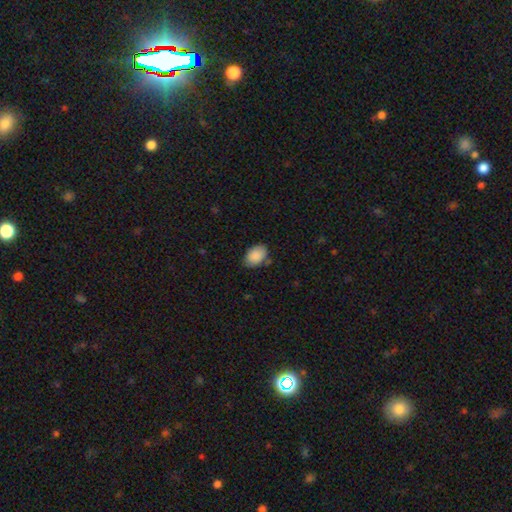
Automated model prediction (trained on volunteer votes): Smooth or featured: smooth — 89% (star or artifact — 7%)
How rounded: in between — 85% (round — 14%)
Merging: none — 75% (minor disturbance — 19%)